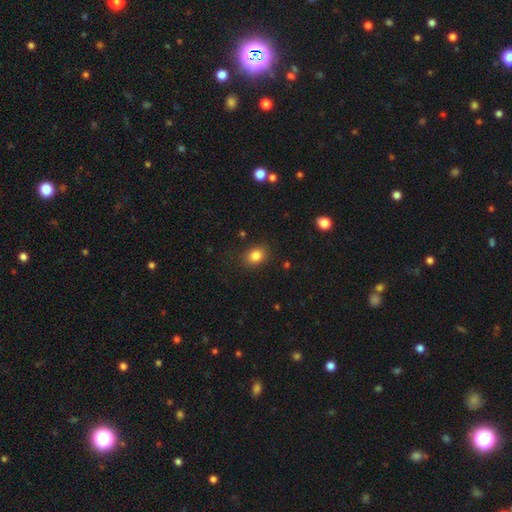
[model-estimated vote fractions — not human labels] Morphology: type=smooth (84%); roundness=in between (51%); merging=none (85%).